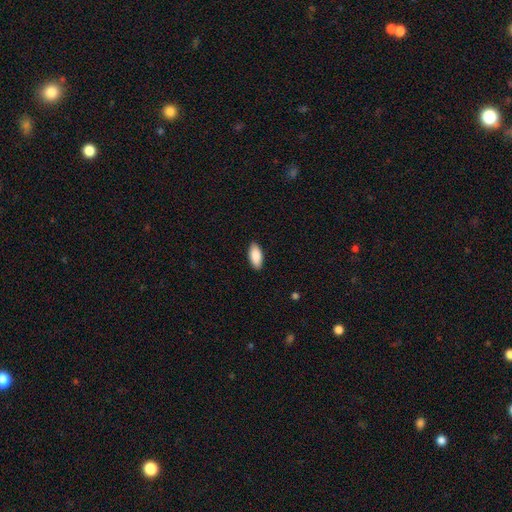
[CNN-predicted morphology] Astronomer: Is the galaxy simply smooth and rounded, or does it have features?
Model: smooth — 89%.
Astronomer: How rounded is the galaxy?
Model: in between — 89%.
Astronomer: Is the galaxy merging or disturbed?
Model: none — 89%.